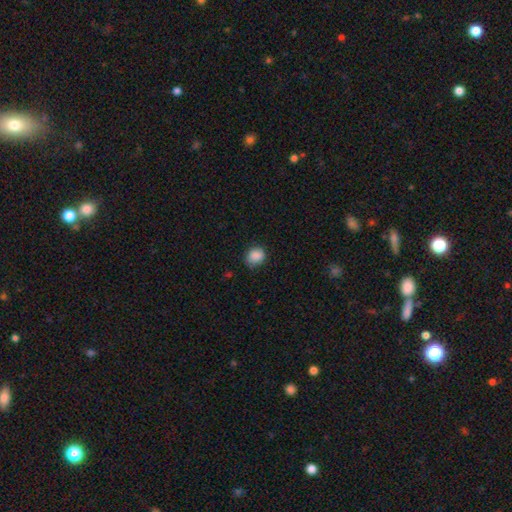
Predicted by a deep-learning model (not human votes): This is clearly a smooth galaxy (87%). How rounded: likely round (61%). Merging: likely none (73%).